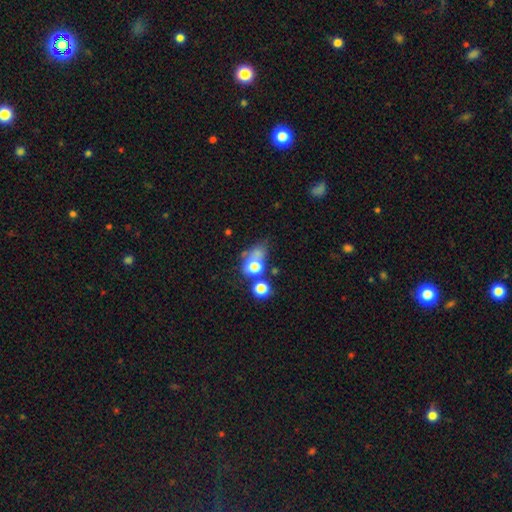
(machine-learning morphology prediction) A smooth galaxy with no disk features (65%) that is round (53%). Merging: merger (34%).